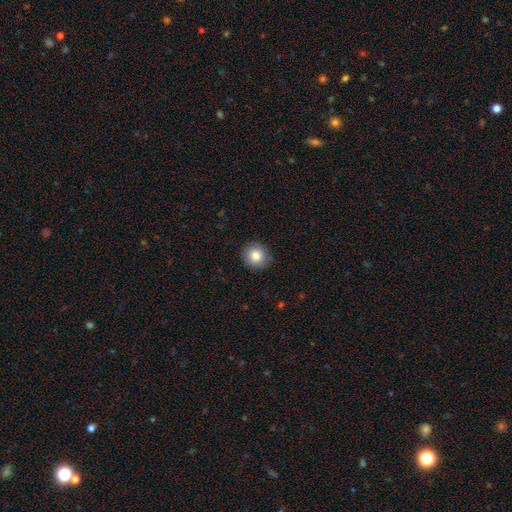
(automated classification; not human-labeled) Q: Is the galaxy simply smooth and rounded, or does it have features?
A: smooth — 83%.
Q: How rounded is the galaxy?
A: round — 87%.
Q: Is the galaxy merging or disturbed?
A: none — 89%.